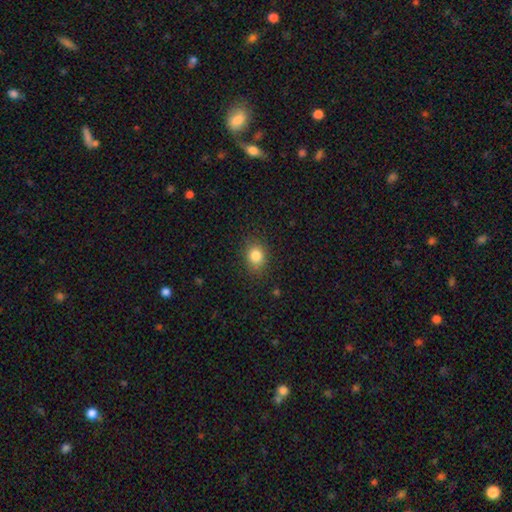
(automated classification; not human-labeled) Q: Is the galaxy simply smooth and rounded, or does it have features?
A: smooth — 84%.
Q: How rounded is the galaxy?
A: round — 54%.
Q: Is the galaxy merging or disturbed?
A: none — 85%.